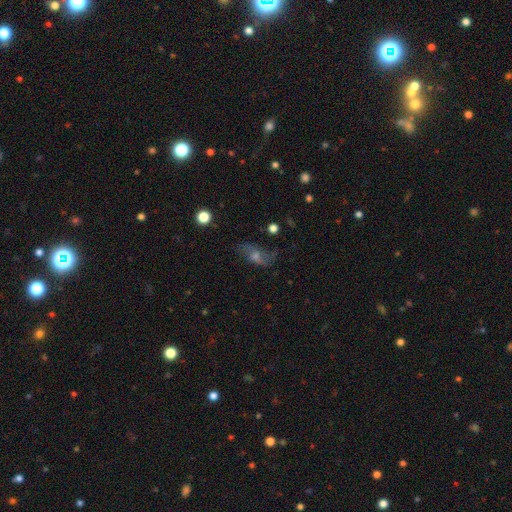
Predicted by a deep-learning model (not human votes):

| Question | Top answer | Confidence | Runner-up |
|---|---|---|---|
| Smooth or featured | featured or disk | 51% | smooth (30%) |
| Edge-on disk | no | 88% | yes (12%) |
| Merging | none | 66% | minor disturbance (19%) |